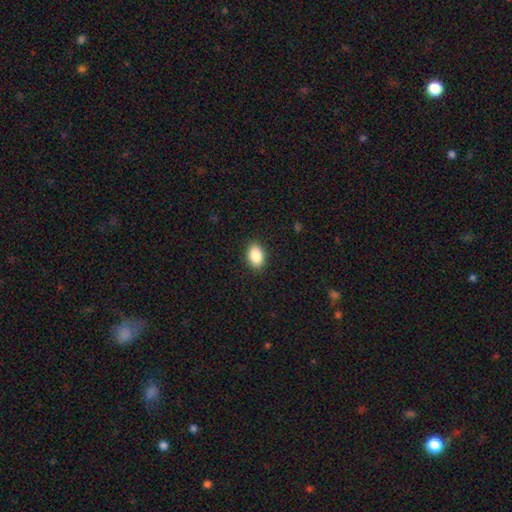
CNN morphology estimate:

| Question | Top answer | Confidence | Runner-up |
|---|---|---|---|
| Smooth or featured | smooth | 88% | star or artifact (8%) |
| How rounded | in between | 87% | round (12%) |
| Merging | none | 89% | minor disturbance (8%) |